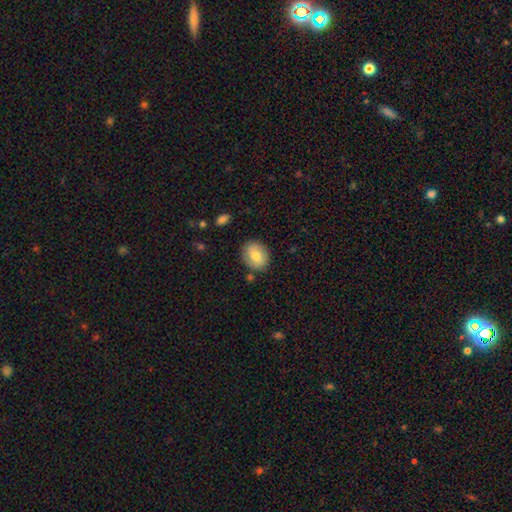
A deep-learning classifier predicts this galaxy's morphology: Q: Smooth or featured?
A: smooth (74%); runner-up: featured or disk (18%)
Q: How rounded?
A: round (55%); runner-up: in between (44%)
Q: Merging?
A: none (83%); runner-up: minor disturbance (12%)